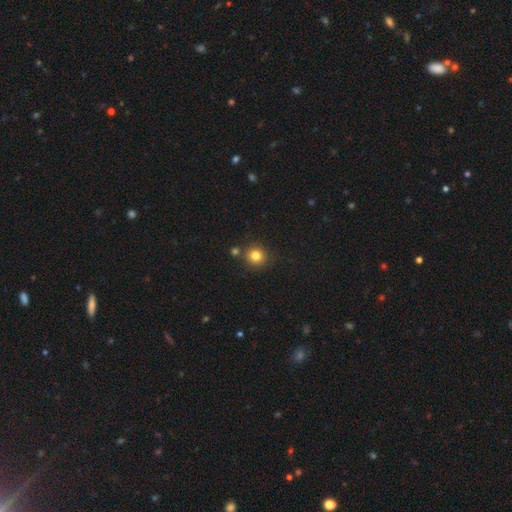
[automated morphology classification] smooth 81%, star or artifact 13%, featured or disk 6%. Down the decision tree: how rounded — round (92%); merging — none (80%).